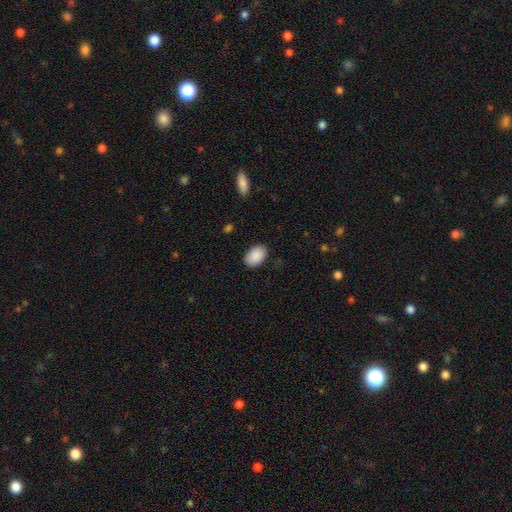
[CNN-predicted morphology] Q: Smooth or featured?
A: smooth (91%); runner-up: star or artifact (6%)
Q: How rounded?
A: in between (89%); runner-up: round (10%)
Q: Merging?
A: none (87%); runner-up: minor disturbance (10%)